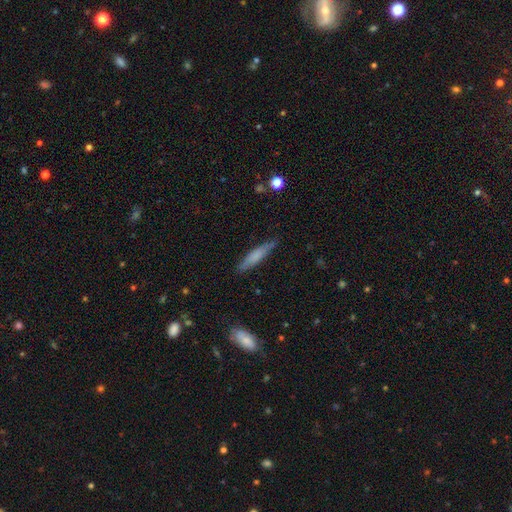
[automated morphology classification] Smooth or featured: smooth — 62% (featured or disk — 31%)
How rounded: cigar-shaped — 87% (in between — 11%)
Merging: none — 82% (minor disturbance — 14%)